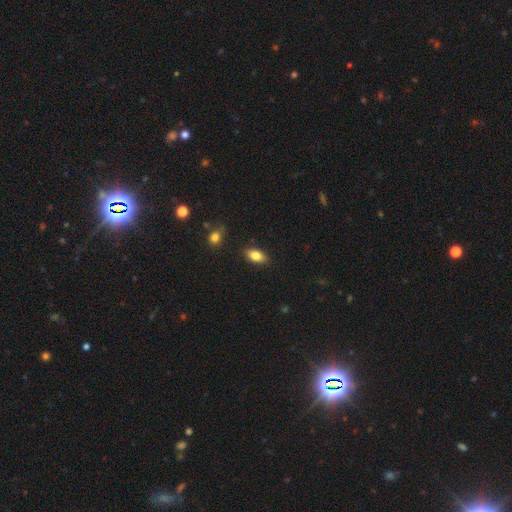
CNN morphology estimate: Smooth or featured? smooth (82%)
How rounded? in between (90%)
Merging? none (86%)